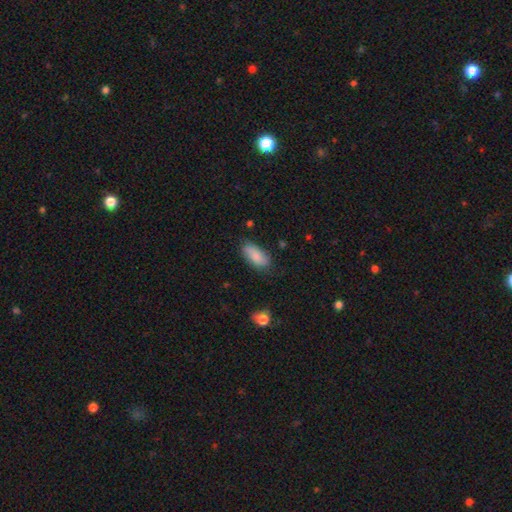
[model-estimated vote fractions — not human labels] A smooth galaxy with no disk features (82%) that is in between round and cigar-shaped (86%).

Vote fractions:
- Smooth or featured? smooth: 82% / featured or disk: 12% / star or artifact: 7%
- How rounded? in between: 86% / cigar-shaped: 11% / round: 2%
- Merging? none: 75% / minor disturbance: 19% / major disturbance: 4% / merger: 2%